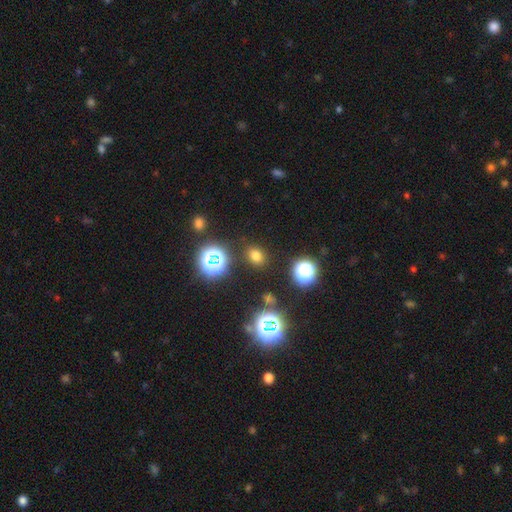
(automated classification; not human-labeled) Smooth or featured?
  - smooth: 71% *
  - star or artifact: 23%
  - featured or disk: 6%
How rounded?
  - round: 57% *
  - in between: 42%
  - cigar-shaped: 1%
Merging?
  - none: 86% *
  - minor disturbance: 8%
  - major disturbance: 3%
  - merger: 3%